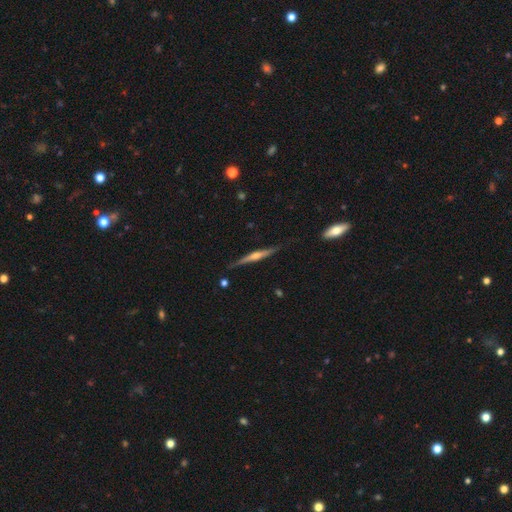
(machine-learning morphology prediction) Smooth or featured: featured or disk — 75% (smooth — 20%)
Edge-on disk: yes — 98% (no — 2%)
Edge-on bulge: rounded — 82% (none — 10%)
Merging: none — 84% (minor disturbance — 13%)